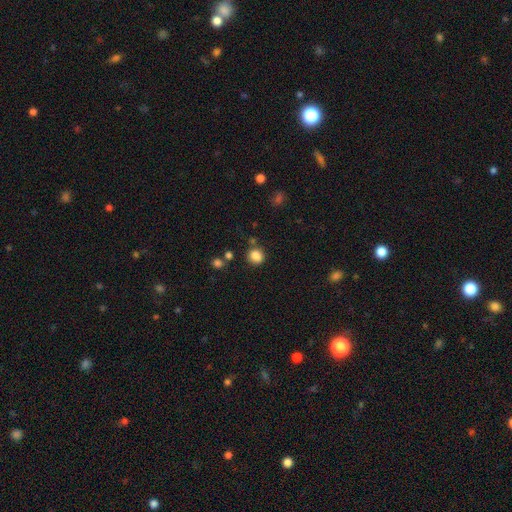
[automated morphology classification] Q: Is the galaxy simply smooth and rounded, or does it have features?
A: smooth — 85%.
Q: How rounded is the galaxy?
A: round — 82%.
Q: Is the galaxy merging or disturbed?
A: none — 76%.